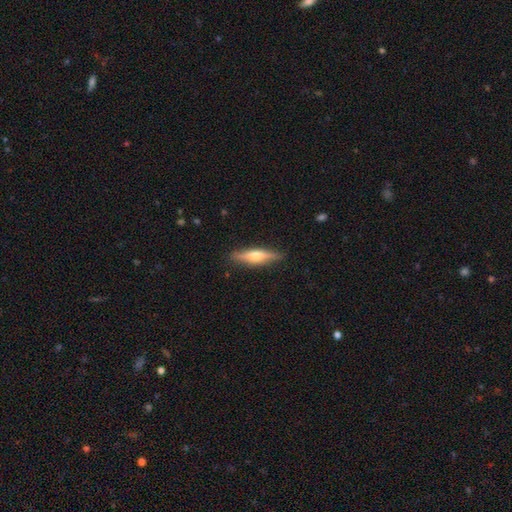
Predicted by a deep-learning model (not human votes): A featured or disk galaxy (56%) viewed edge-on (94%) with a rounded central bulge (88%). Merging: none (88%).